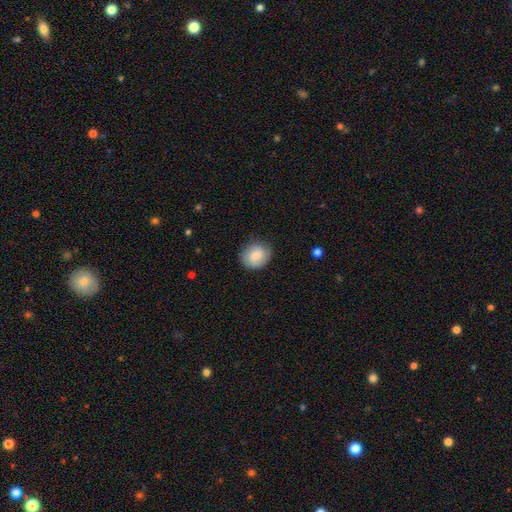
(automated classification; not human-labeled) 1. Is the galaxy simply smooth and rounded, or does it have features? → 77% smooth, 16% featured or disk, 7% star or artifact.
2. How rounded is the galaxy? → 68% round, 31% in between, 1% cigar-shaped.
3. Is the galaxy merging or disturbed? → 79% none, 16% minor disturbance, 4% major disturbance, 1% merger.